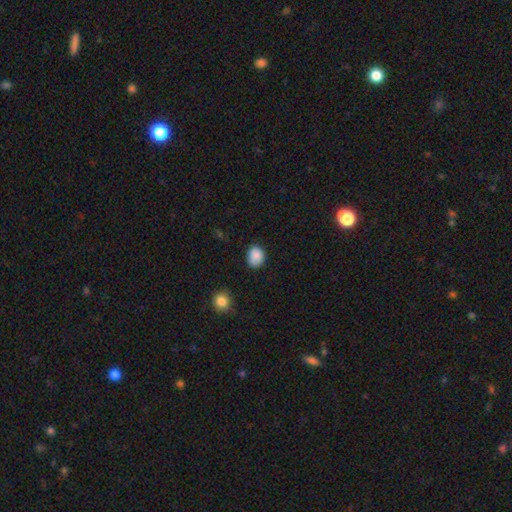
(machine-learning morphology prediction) Smooth or featured? smooth (88%)
How rounded? round (52%)
Merging? none (77%)